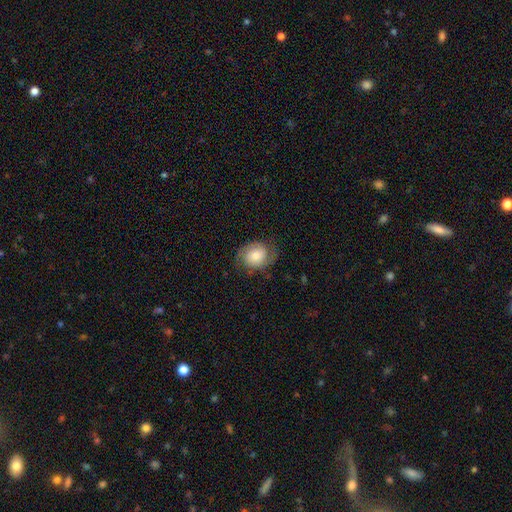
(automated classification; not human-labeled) featured or disk 48%, smooth 43%, star or artifact 8%. Down the decision tree: merging — none (72%).